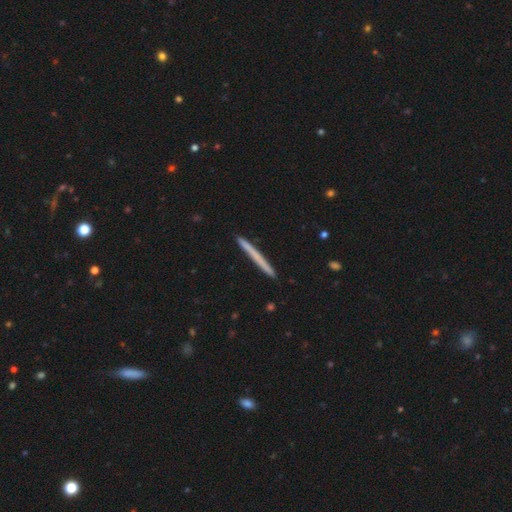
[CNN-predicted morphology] Q: Smooth or featured?
A: smooth (59%); runner-up: featured or disk (36%)
Q: How rounded?
A: cigar-shaped (97%); runner-up: in between (1%)
Q: Merging?
A: none (92%); runner-up: minor disturbance (6%)